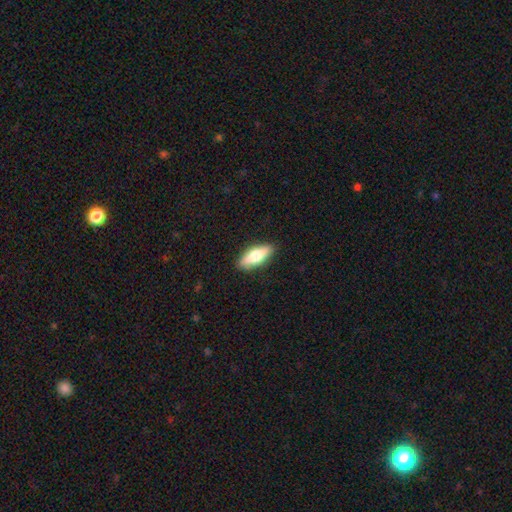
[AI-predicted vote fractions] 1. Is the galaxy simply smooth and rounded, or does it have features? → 61% smooth, 34% featured or disk, 6% star or artifact.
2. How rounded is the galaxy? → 62% in between, 35% cigar-shaped, 3% round.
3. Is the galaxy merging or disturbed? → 88% none, 9% minor disturbance, 2% major disturbance, 1% merger.